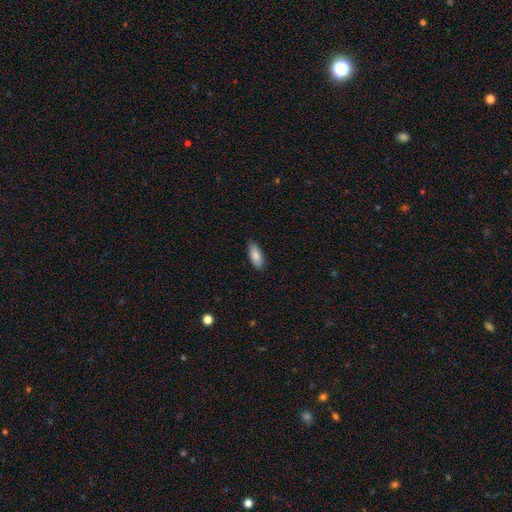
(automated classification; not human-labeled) This is clearly a smooth galaxy (86%). How rounded: likely in between (79%). Merging: clearly none (87%).